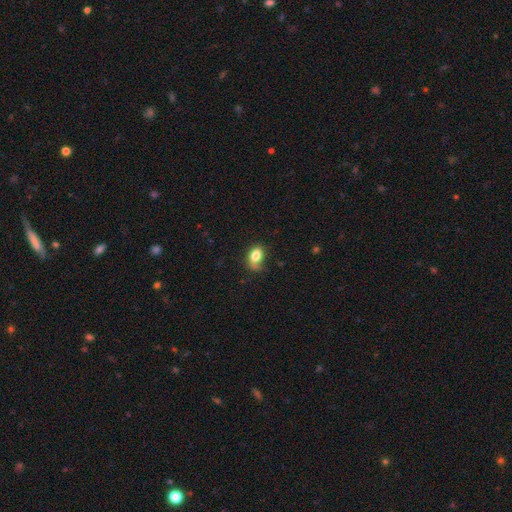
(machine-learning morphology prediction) Q: Smooth or featured?
A: smooth (80%); runner-up: featured or disk (11%)
Q: How rounded?
A: in between (80%); runner-up: round (18%)
Q: Merging?
A: none (52%); runner-up: minor disturbance (33%)